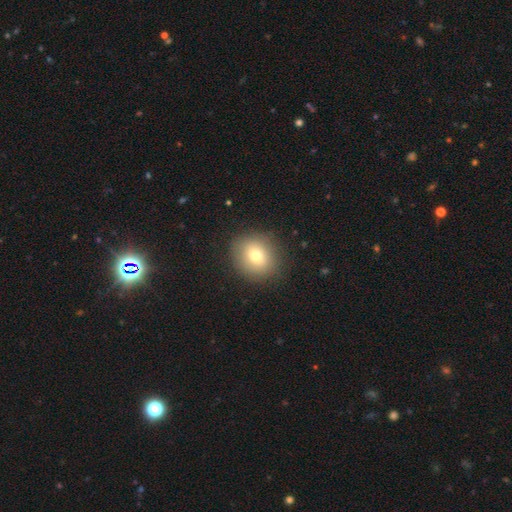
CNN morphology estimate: The model was most divided on "how rounded": round: 76%, in between: 23%, cigar-shaped: 1%. More confident: merging — none (87%); smooth or featured — smooth (75%).